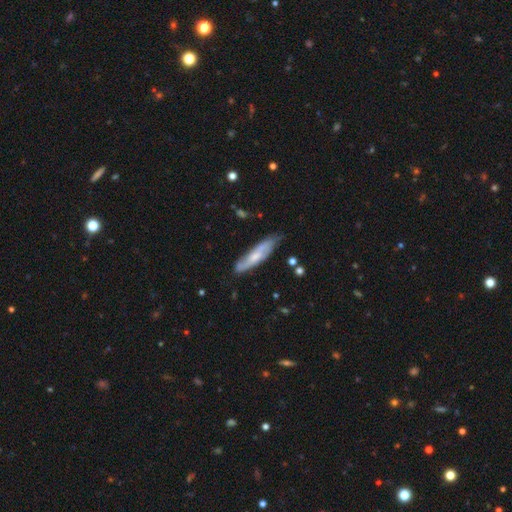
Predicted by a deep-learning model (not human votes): Smooth or featured: featured or disk — 57% (smooth — 37%)
Edge-on disk: no — 60% (yes — 40%)
Merging: none — 71% (minor disturbance — 22%)